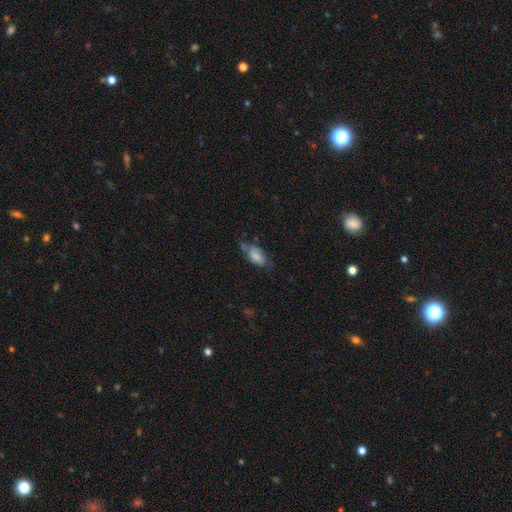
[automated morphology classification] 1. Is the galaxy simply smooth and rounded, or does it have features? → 67% smooth, 25% featured or disk, 8% star or artifact.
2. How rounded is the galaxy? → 90% in between, 6% cigar-shaped, 4% round.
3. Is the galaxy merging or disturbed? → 46% none, 36% minor disturbance, 15% major disturbance, 3% merger.